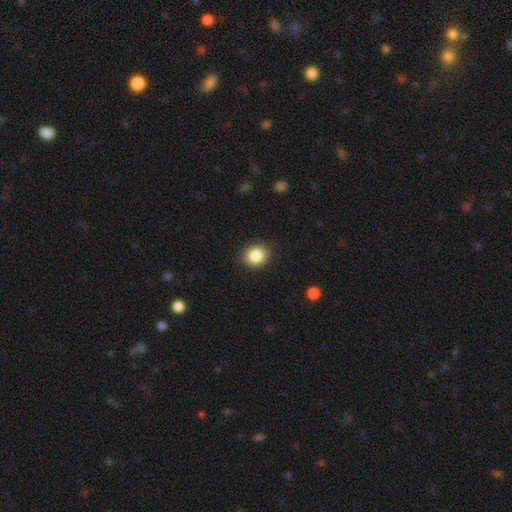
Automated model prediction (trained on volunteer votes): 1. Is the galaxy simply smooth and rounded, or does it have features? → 85% smooth, 9% star or artifact, 6% featured or disk.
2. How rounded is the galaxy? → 66% round, 33% in between, 1% cigar-shaped.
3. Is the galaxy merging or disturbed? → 89% none, 8% minor disturbance, 2% major disturbance, 1% merger.